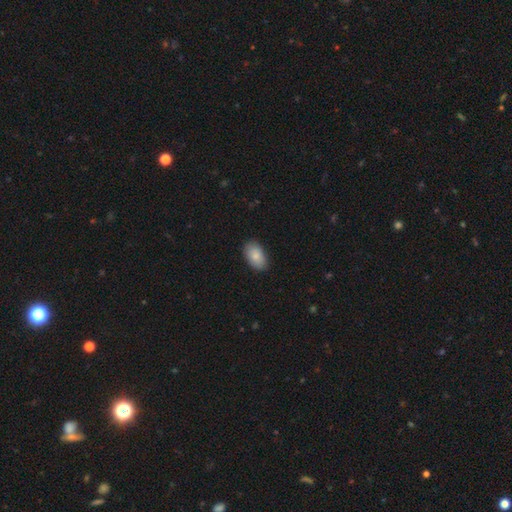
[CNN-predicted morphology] The model was most divided on "merging": none: 86%, minor disturbance: 11%, major disturbance: 2%, merger: 1%. More confident: how rounded — in between (93%); smooth or featured — smooth (86%).